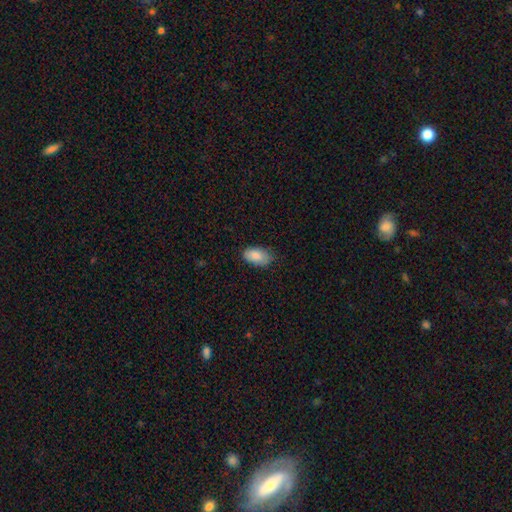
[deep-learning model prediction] Overall: smooth (85%). How rounded: in between (94%). Merging: none (75%).